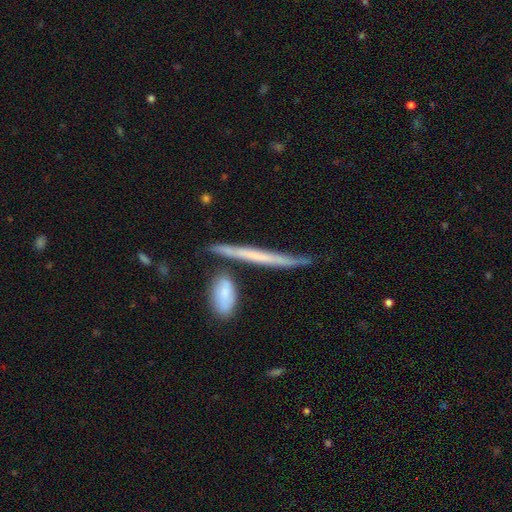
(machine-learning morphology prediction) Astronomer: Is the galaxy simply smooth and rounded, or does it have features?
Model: featured or disk — 50% (runner-up: smooth, 43%).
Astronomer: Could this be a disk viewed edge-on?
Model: yes — 90%.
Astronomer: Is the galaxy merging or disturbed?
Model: none — 71%.